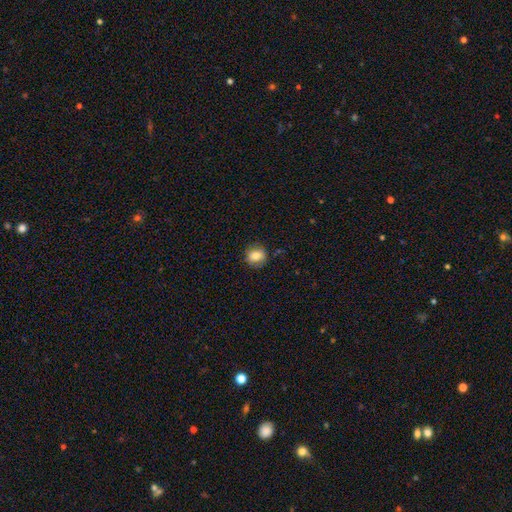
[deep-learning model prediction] smooth 82%, star or artifact 9%, featured or disk 9%. Down the decision tree: how rounded — round (66%); merging — none (84%).